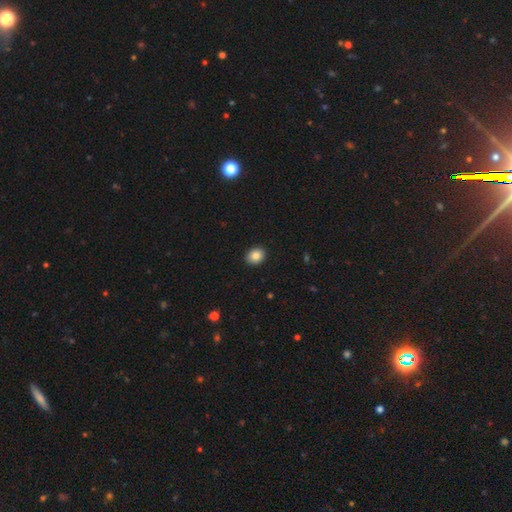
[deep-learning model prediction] Smooth or featured? Predicted: smooth (p=0.86). How rounded? Predicted: in between (p=0.51). Merging? Predicted: none (p=0.91).